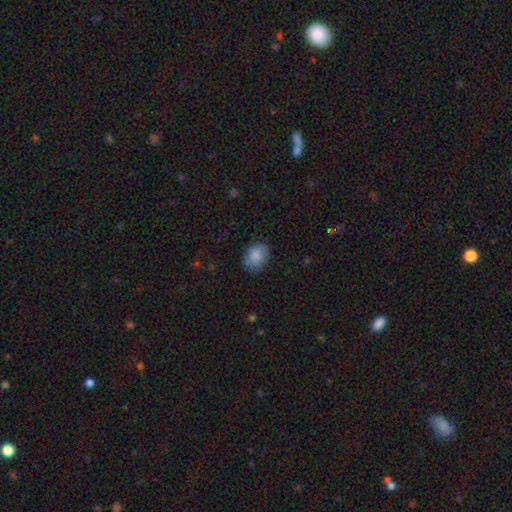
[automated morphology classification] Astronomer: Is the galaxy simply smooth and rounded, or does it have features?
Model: smooth — 87%.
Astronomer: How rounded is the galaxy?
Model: in between — 70%.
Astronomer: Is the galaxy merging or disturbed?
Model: none — 80%.